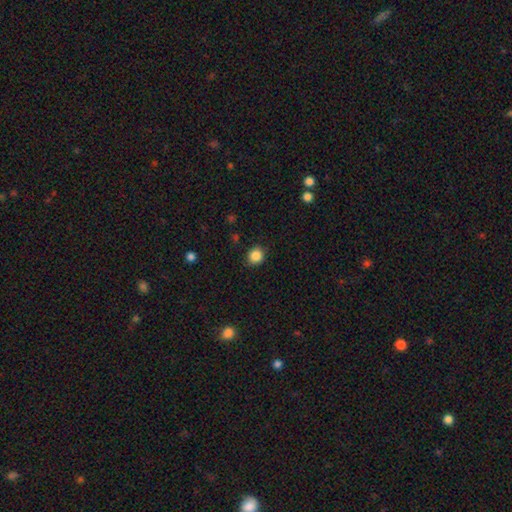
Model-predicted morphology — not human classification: smooth 87%, star or artifact 10%, featured or disk 3%. Down the decision tree: how rounded — round (80%); merging — none (88%).